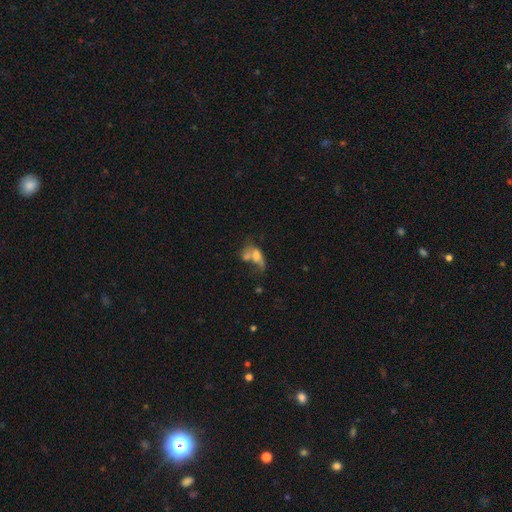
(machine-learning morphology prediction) smooth 51%, featured or disk 35%, star or artifact 14%. Down the decision tree: how rounded — in between (79%); merging — merger (48%).